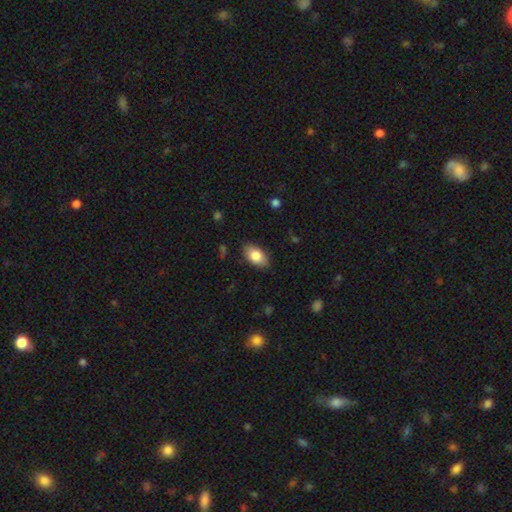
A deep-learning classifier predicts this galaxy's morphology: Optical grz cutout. It shows a smooth galaxy with no disk features (81%) that is in between round and cigar-shaped (93%). Merging: none (86%).